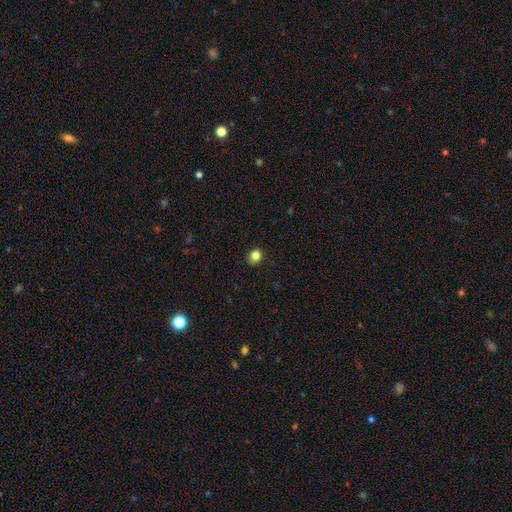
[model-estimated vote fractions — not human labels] Smooth or featured? smooth (83%)
How rounded? round (62%)
Merging? none (84%)